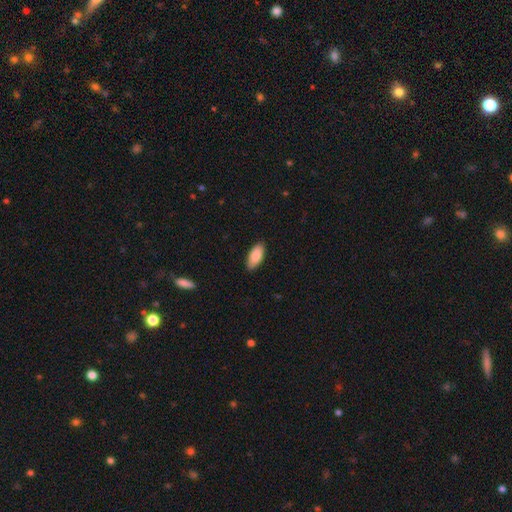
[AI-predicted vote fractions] This is clearly a smooth galaxy (88%). How rounded: clearly in between (89%). Merging: clearly none (87%).